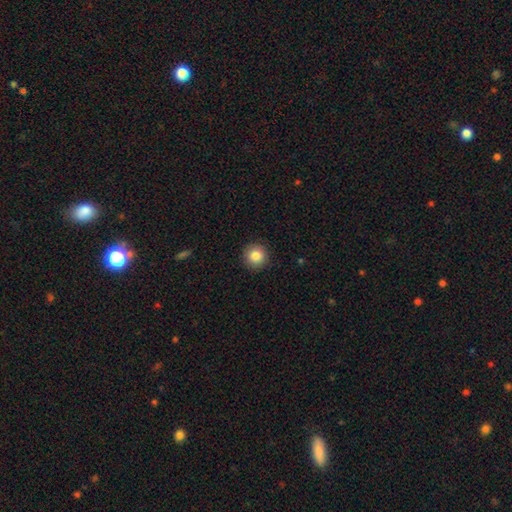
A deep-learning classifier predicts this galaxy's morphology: A smooth galaxy with no disk features (85%) that is round (95%). Merging: none (92%).